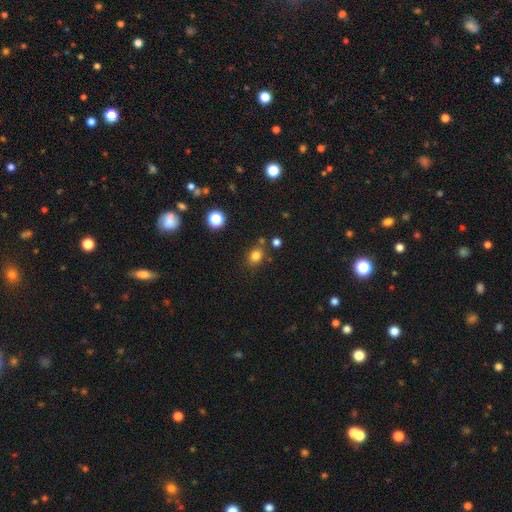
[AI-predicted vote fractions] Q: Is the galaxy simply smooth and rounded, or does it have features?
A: smooth — 79%.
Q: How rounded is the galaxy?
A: round — 58%.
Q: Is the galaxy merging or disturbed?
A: none — 76%.